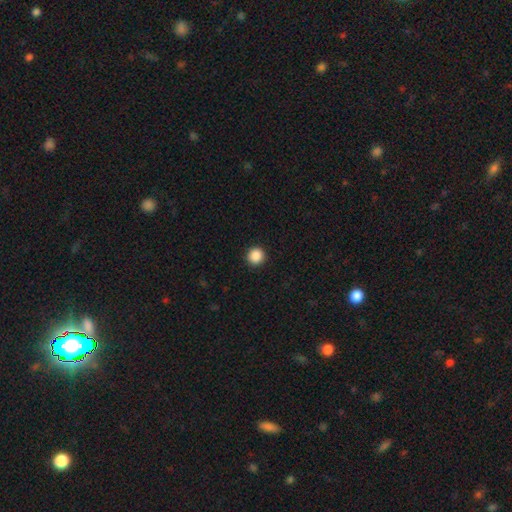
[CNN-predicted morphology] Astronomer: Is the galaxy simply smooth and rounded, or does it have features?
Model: smooth — 88%.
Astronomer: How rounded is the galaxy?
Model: round — 95%.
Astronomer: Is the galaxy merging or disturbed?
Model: none — 93%.